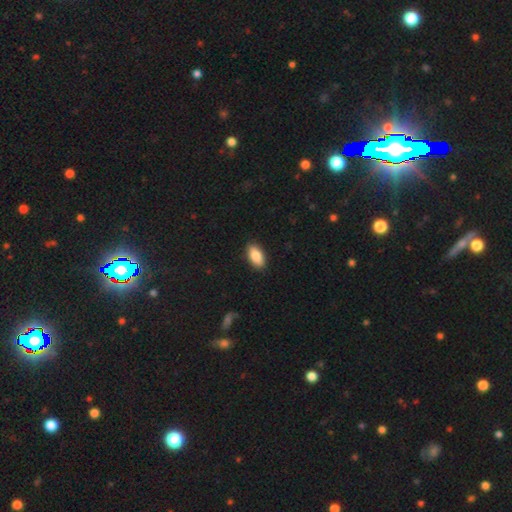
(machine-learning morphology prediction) Smooth or featured? smooth (86%)
How rounded? in between (92%)
Merging? none (89%)